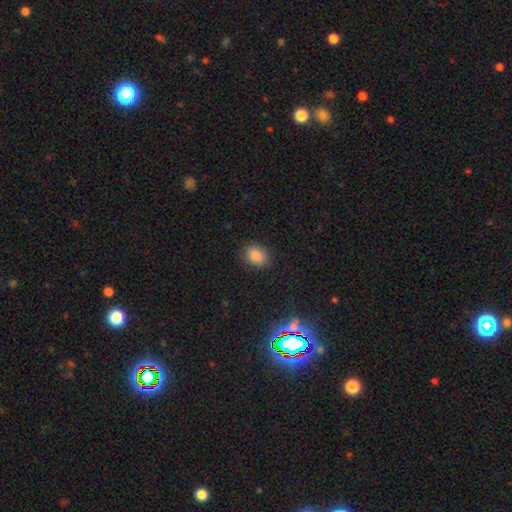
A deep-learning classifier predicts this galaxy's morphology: Smooth or featured: smooth — 86% (star or artifact — 10%)
How rounded: in between — 57% (round — 42%)
Merging: none — 86% (minor disturbance — 10%)